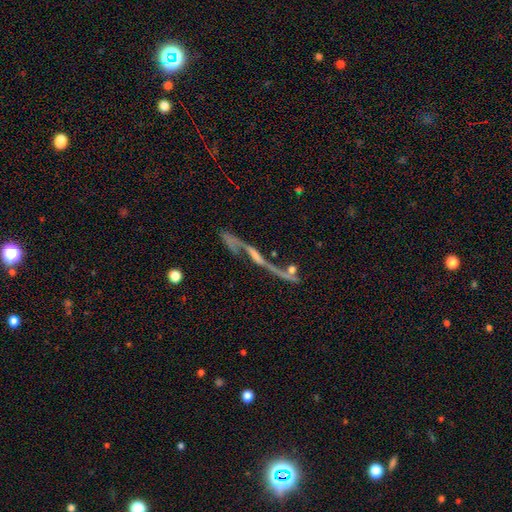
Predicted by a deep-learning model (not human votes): Smooth or featured: featured or disk — 58% (star or artifact — 23%)
Edge-on disk: yes — 60% (no — 40%)
Merging: none — 46% (merger — 25%)